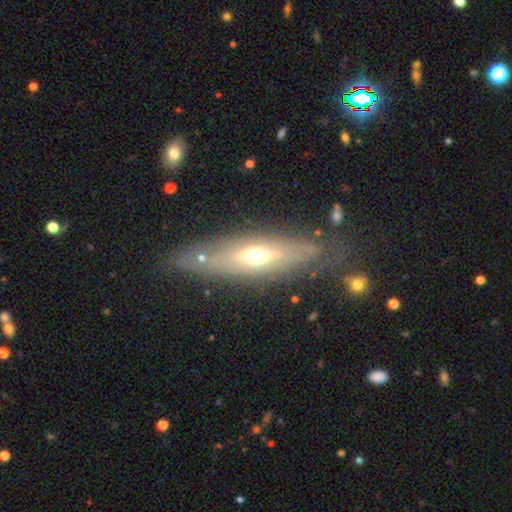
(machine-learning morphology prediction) Q: Smooth or featured?
A: featured or disk (62%); runner-up: smooth (31%)
Q: Edge-on disk?
A: yes (60%); runner-up: no (40%)
Q: Merging?
A: none (76%); runner-up: minor disturbance (14%)